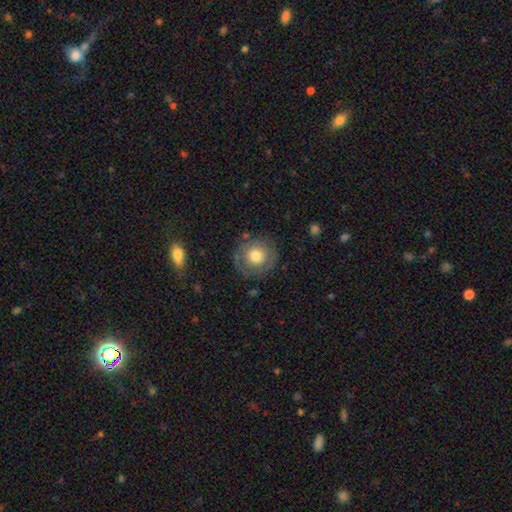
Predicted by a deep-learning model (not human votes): A smooth galaxy with no disk features (61%) that is round (93%). Merging: none (80%).